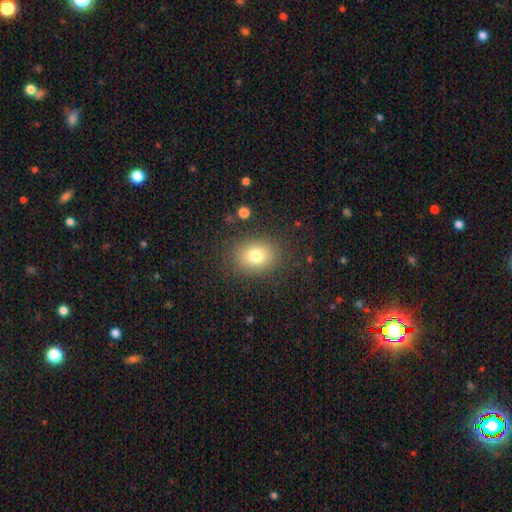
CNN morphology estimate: This is likely a smooth galaxy (78%). How rounded: possibly in between (54%). Merging: clearly none (84%).